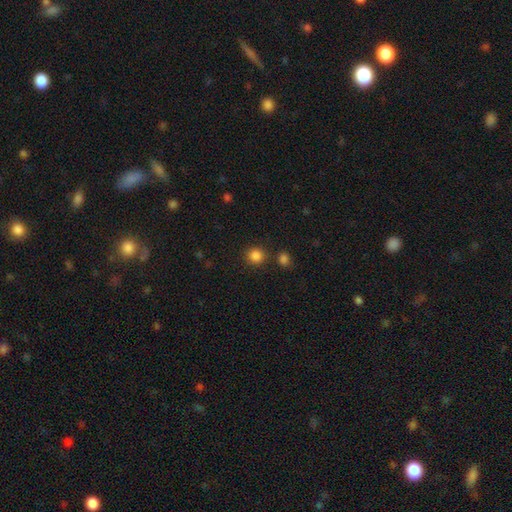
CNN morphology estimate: This appears to be a smooth galaxy with no disk features (85%) that is round (89%). Merging: none (82%).